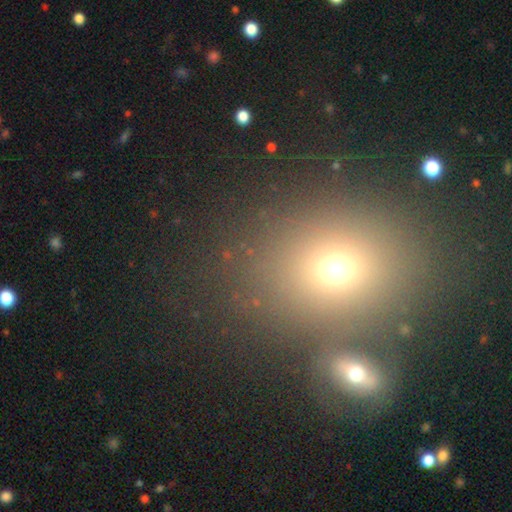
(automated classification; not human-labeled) This is possibly a smooth galaxy (59%). How rounded: possibly round (57%). Merging: likely none (73%).